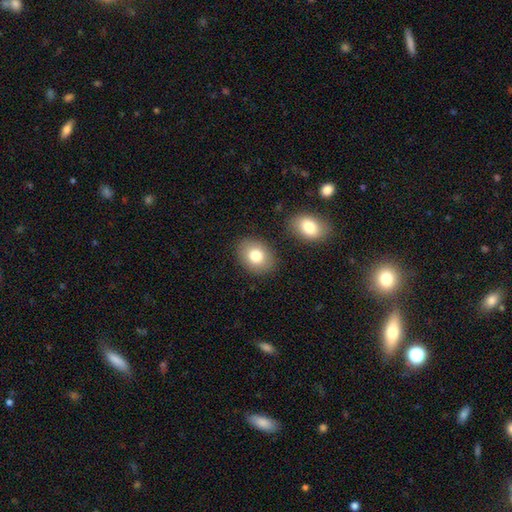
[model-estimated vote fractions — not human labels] Smooth or featured: smooth — 79% (featured or disk — 12%)
How rounded: in between — 62% (round — 37%)
Merging: none — 84% (minor disturbance — 10%)